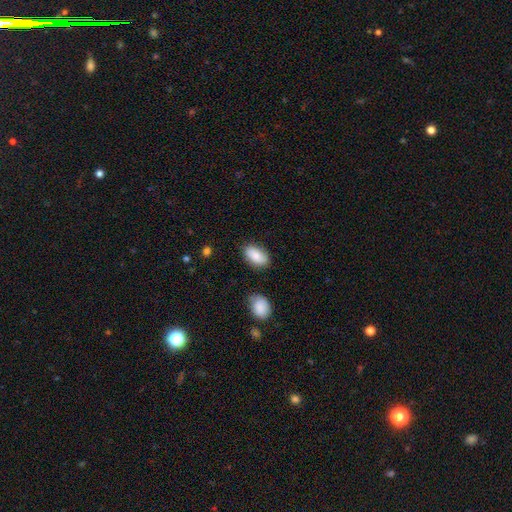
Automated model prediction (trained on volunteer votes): smooth-or-featured: smooth: 84% | featured or disk: 9% | star or artifact: 7%
  how-rounded: in between: 93% | round: 4% | cigar-shaped: 3%
  merging: none: 80% | minor disturbance: 14% | merger: 3% | major disturbance: 3%